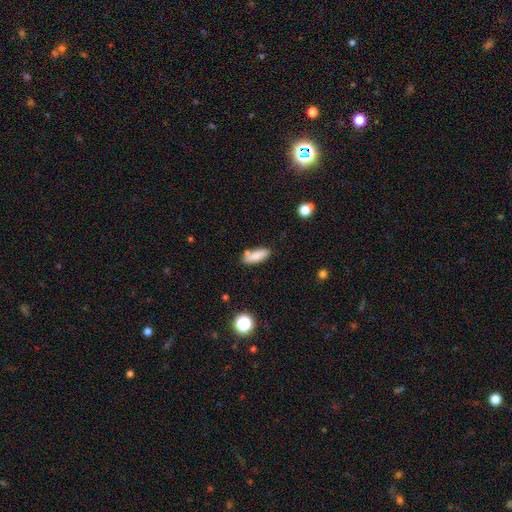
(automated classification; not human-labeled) This is clearly a smooth galaxy (81%). How rounded: possibly in between (60%). Merging: likely none (66%).